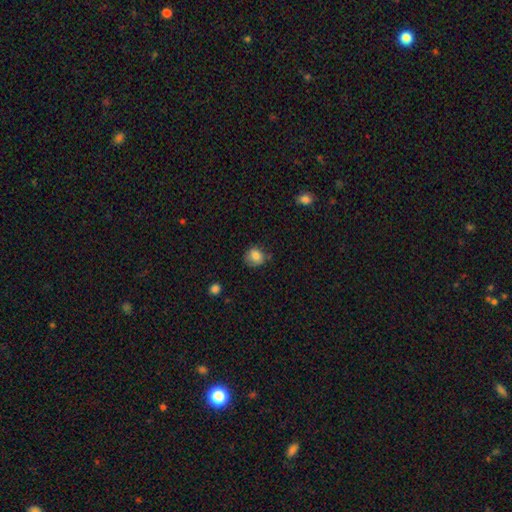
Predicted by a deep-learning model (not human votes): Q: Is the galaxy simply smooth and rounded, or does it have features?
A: smooth — 82%.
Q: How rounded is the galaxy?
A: round — 76%.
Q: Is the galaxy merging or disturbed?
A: none — 71%.